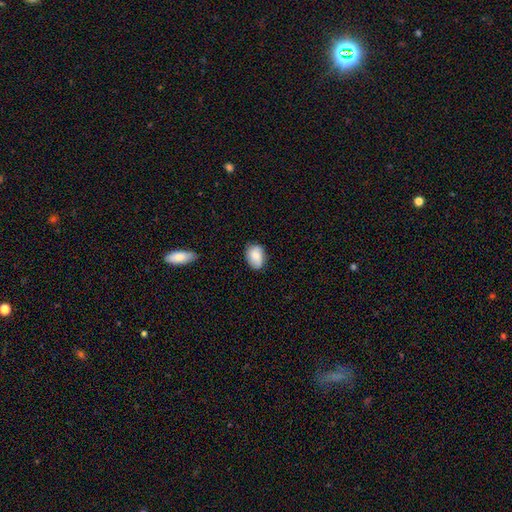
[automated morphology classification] A smooth galaxy with no disk features (79%) that is in between round and cigar-shaped (75%).

Vote fractions:
- Smooth or featured? smooth: 79% / featured or disk: 14% / star or artifact: 8%
- How rounded? in between: 75% / round: 24% / cigar-shaped: 1%
- Merging? none: 71% / minor disturbance: 23% / major disturbance: 4% / merger: 1%